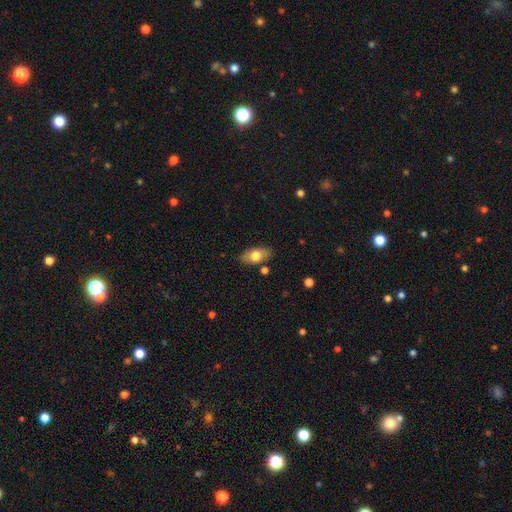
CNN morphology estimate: This appears to be a smooth galaxy with no disk features (68%) that is in between round and cigar-shaped (89%). Merging: none (82%).